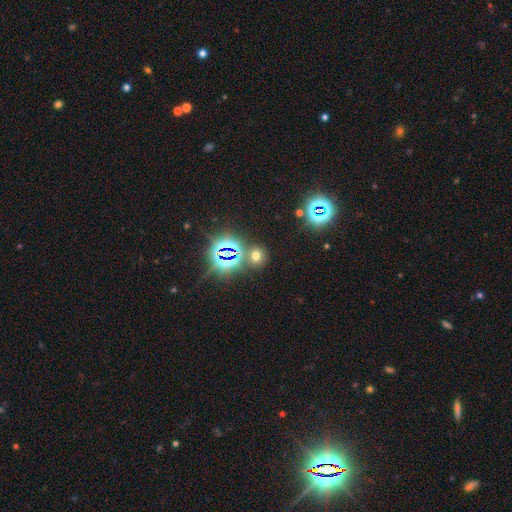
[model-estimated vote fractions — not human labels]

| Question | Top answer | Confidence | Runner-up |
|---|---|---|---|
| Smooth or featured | smooth | 49% | star or artifact (44%) |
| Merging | none | 79% | merger (9%) |